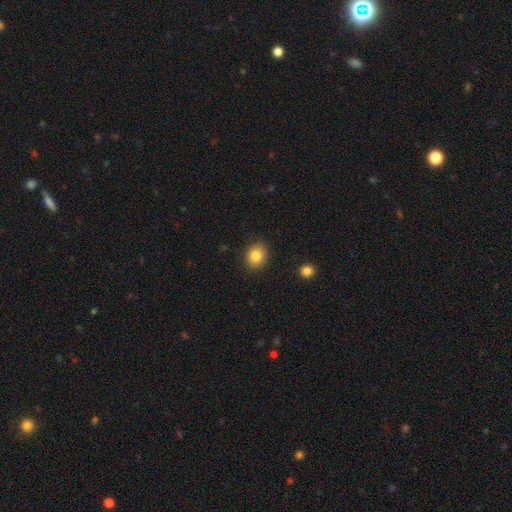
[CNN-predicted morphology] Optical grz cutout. It shows a smooth galaxy with no disk features (85%) that is round (61%). Merging: none (88%).